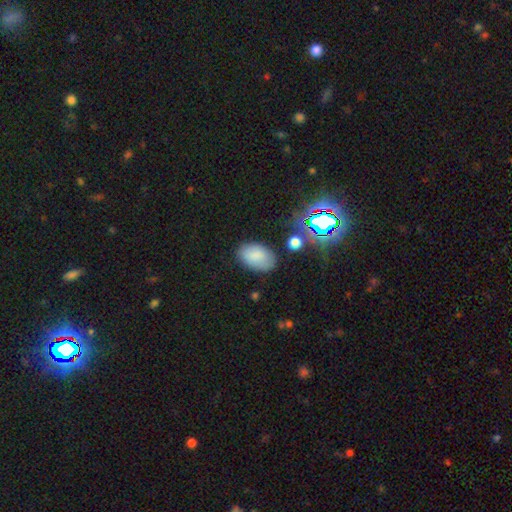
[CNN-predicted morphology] smooth_or_featured: smooth (p=0.82) [alt: star or artifact p=0.10]
how_rounded: in between (p=0.91) [alt: round p=0.08]
merging: none (p=0.78) [alt: minor disturbance p=0.15]